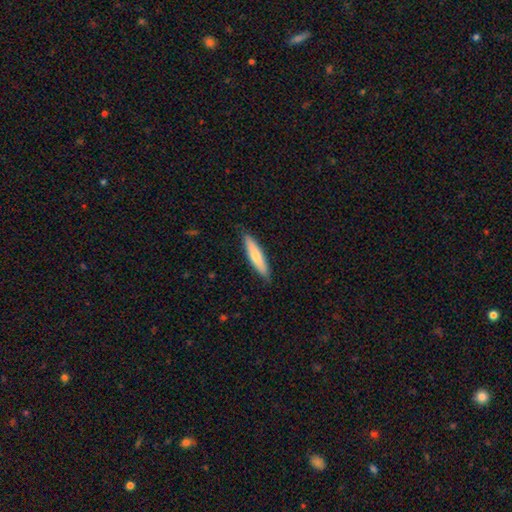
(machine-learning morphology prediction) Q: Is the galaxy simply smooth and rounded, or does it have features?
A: smooth — 68%.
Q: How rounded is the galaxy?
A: cigar-shaped — 83%.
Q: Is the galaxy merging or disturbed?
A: none — 86%.